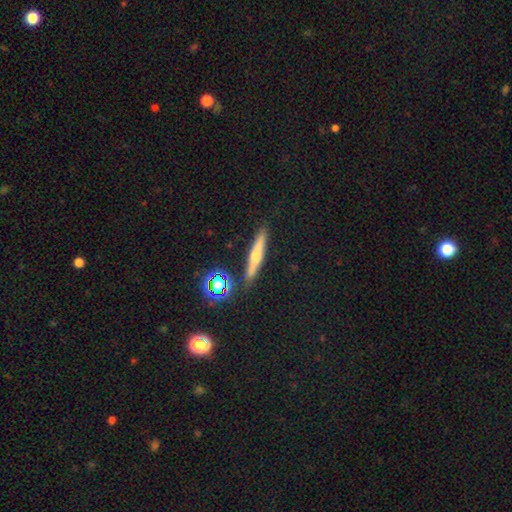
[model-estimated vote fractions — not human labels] Smooth or featured?
  - featured or disk: 48% *
  - smooth: 35%
  - star or artifact: 16%
Merging?
  - none: 88% *
  - minor disturbance: 8%
  - merger: 3%
  - major disturbance: 2%